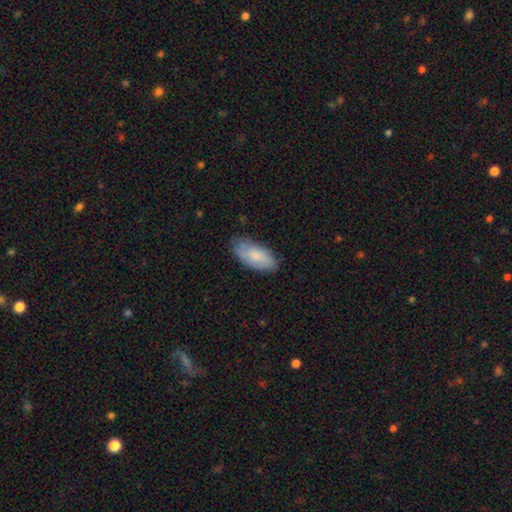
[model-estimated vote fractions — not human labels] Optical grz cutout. It shows a smooth galaxy with no disk features (81%) that is in between round and cigar-shaped (90%). Merging: none (71%).